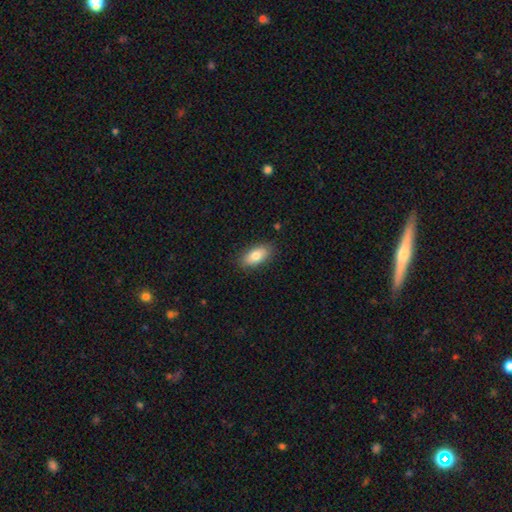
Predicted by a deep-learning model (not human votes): Overall: smooth (79%). How rounded: in between (89%). Merging: none (86%).